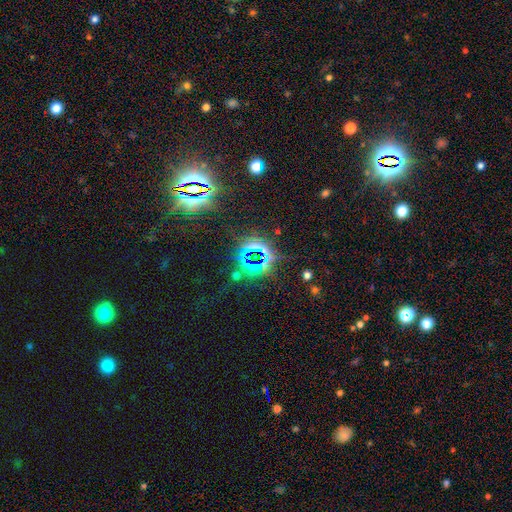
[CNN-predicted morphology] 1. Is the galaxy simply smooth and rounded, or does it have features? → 81% star or artifact, 11% smooth, 8% featured or disk.